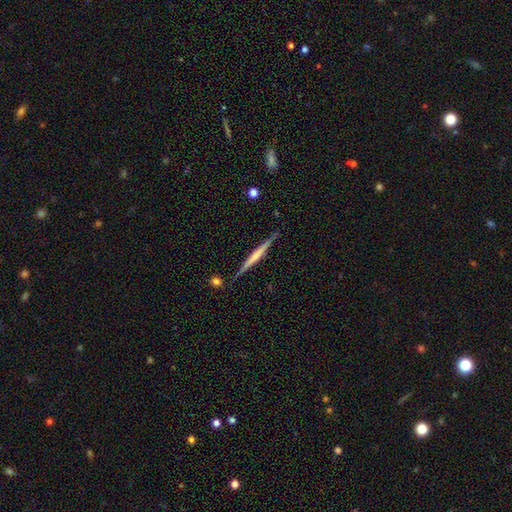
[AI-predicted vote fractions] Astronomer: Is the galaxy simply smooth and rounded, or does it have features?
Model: featured or disk — 62%.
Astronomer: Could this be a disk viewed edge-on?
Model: yes — 97%.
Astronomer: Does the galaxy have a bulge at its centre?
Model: none — 61%.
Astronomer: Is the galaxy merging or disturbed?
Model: none — 86%.